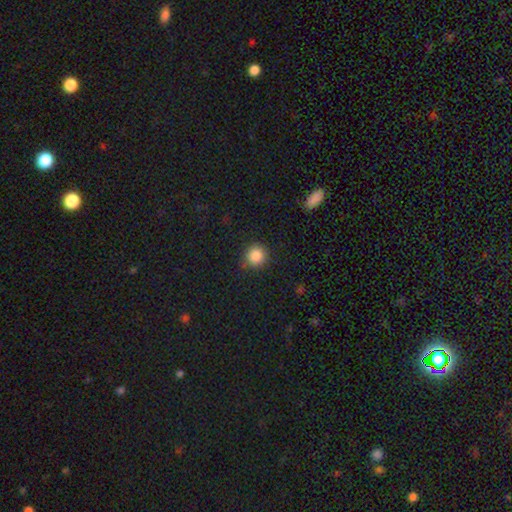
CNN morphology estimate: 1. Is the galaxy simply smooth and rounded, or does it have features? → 86% smooth, 10% star or artifact, 4% featured or disk.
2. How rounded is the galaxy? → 92% round, 7% in between, 1% cigar-shaped.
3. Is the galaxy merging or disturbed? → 87% none, 9% minor disturbance, 3% major disturbance, 1% merger.